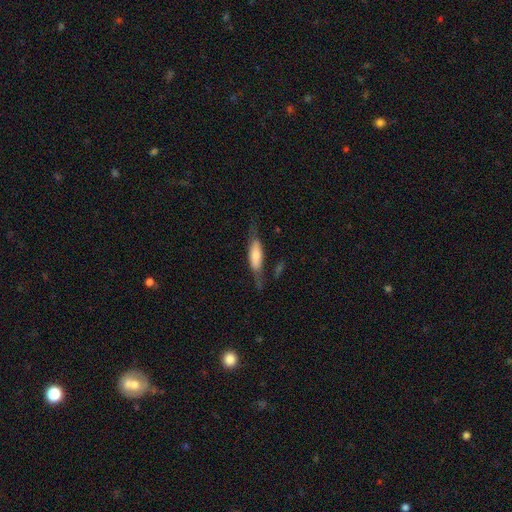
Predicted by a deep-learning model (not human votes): This appears to be a smooth galaxy with no disk features (52%) that is cigar-shaped (51%). Merging: none (57%).